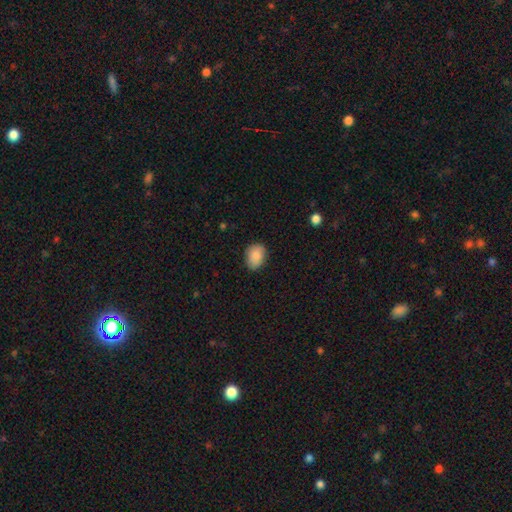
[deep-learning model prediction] Smooth or featured? Predicted: smooth (p=0.88). How rounded? Predicted: in between (p=0.68). Merging? Predicted: none (p=0.81).